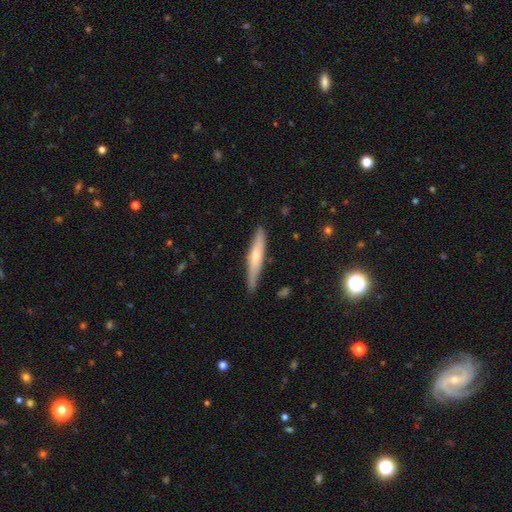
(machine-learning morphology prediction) A smooth galaxy with no disk features (52%) that is cigar-shaped (92%).

Vote fractions:
- Smooth or featured? smooth: 52% / featured or disk: 41% / star or artifact: 7%
- How rounded? cigar-shaped: 92% / in between: 6% / round: 1%
- Merging? none: 85% / minor disturbance: 11% / major disturbance: 2% / merger: 1%